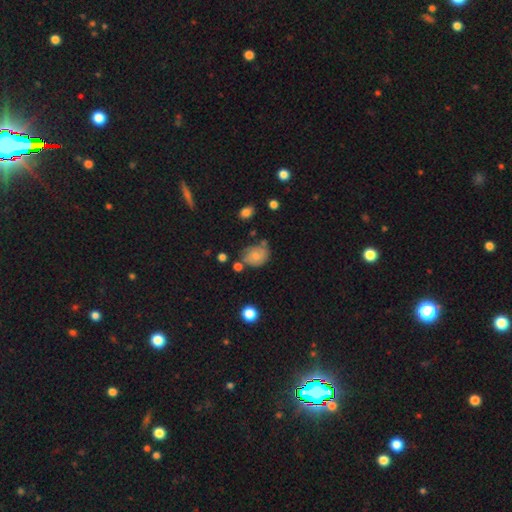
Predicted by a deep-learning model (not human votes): Smooth or featured: smooth — 57% (featured or disk — 33%)
How rounded: in between — 53% (round — 46%)
Merging: none — 51% (minor disturbance — 28%)